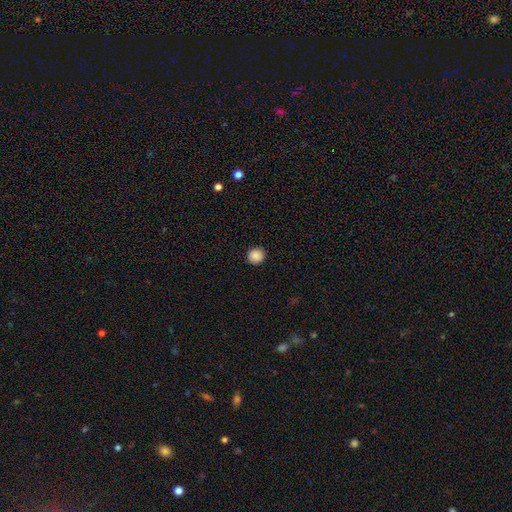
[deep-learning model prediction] A smooth galaxy with no disk features (89%) that is round (94%).

Vote fractions:
- Smooth or featured? smooth: 89% / star or artifact: 9% / featured or disk: 2%
- How rounded? round: 94% / in between: 5% / cigar-shaped: 1%
- Merging? none: 92% / minor disturbance: 5% / major disturbance: 2% / merger: 1%